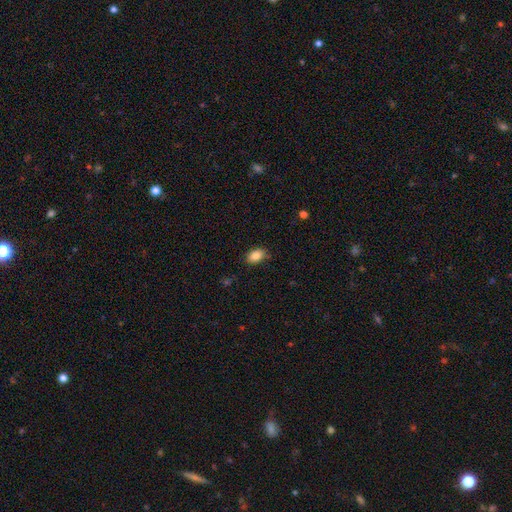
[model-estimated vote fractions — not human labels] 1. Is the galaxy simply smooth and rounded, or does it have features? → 85% smooth, 8% star or artifact, 6% featured or disk.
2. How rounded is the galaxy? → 87% in between, 12% round, 2% cigar-shaped.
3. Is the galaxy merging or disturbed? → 84% none, 12% minor disturbance, 3% major disturbance, 1% merger.